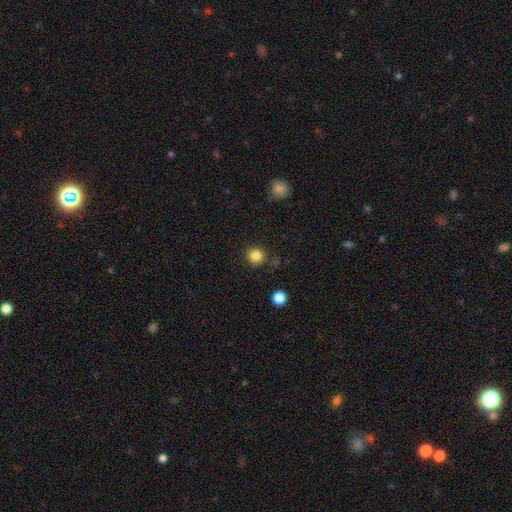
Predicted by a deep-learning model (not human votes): smooth_or_featured: smooth (p=0.84) [alt: star or artifact p=0.12]
how_rounded: round (p=0.94) [alt: in between p=0.06]
merging: none (p=0.87) [alt: minor disturbance p=0.08]